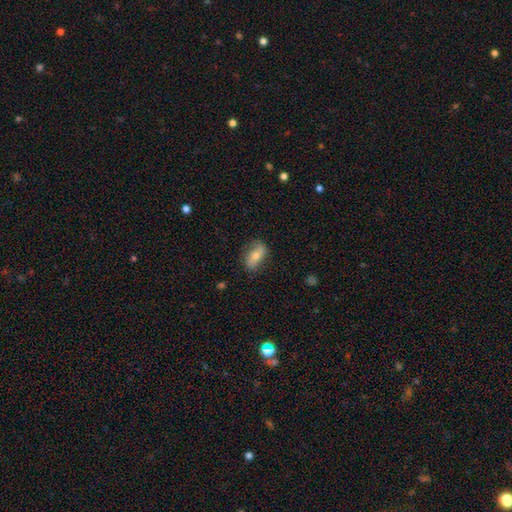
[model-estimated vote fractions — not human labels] Overall: smooth (58%; featured or disk 34%). How rounded: in between (85%). Merging: none (76%).